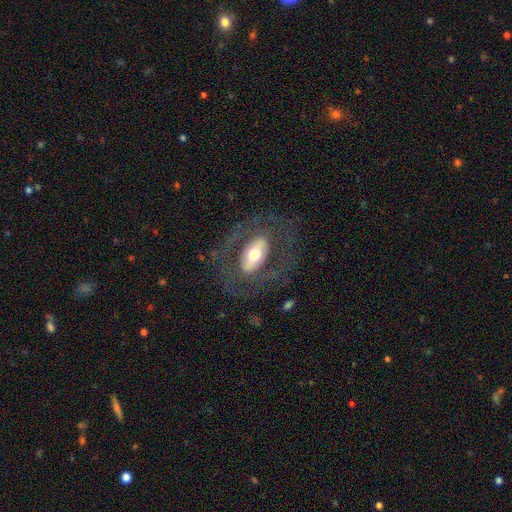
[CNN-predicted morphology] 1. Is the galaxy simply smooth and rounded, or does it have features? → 64% featured or disk, 29% smooth, 7% star or artifact.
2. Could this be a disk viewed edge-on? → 88% no, 12% yes.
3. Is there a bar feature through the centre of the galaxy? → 43% no, 33% strong, 24% weak.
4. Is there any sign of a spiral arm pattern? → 67% no, 33% yes.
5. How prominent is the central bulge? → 62% moderate, 20% large, 15% small, 2% dominant, 1% none.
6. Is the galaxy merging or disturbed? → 71% none, 14% major disturbance, 13% minor disturbance, 1% merger.